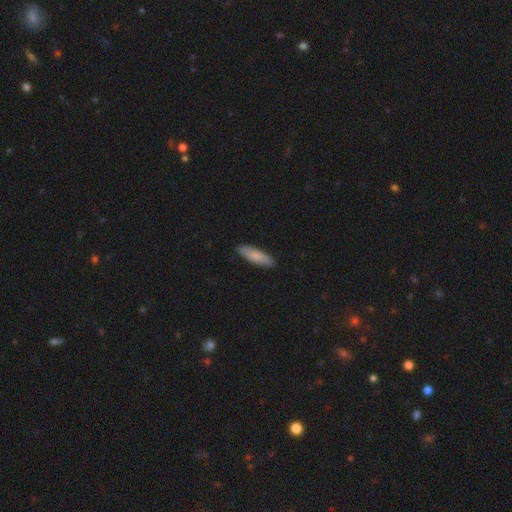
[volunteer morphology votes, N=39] Smooth or featured? smooth (85%)
How rounded? cigar-shaped (76%)
Merging? none (97%)